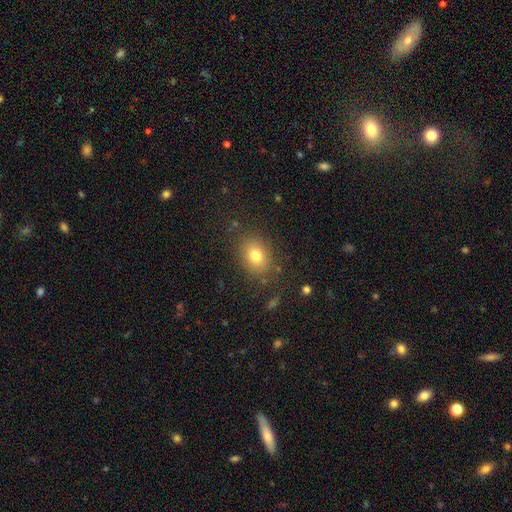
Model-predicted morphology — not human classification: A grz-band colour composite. It shows a smooth galaxy with no disk features (77%) that is in between round and cigar-shaped (53%). Merging: none (83%).